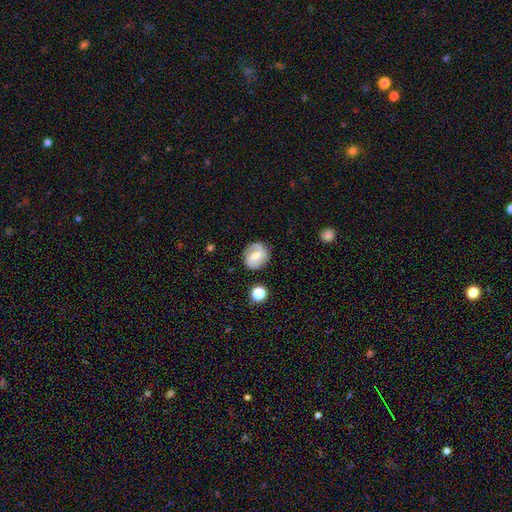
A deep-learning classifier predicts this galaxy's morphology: Smooth or featured? Predicted: featured or disk (p=0.46). Merging? Predicted: none (p=0.75).